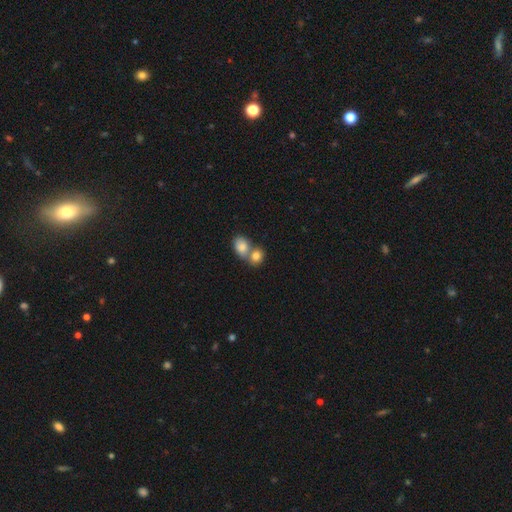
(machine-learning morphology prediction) Smooth or featured? Predicted: smooth (p=0.82). How rounded? Predicted: round (p=0.52). Merging? Predicted: merger (p=0.61).